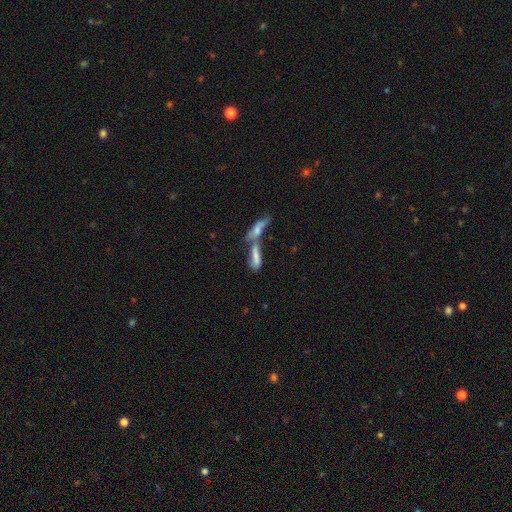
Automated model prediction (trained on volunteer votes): Q: Smooth or featured?
A: smooth (58%); runner-up: featured or disk (30%)
Q: How rounded?
A: cigar-shaped (57%); runner-up: in between (40%)
Q: Merging?
A: merger (64%); runner-up: none (23%)